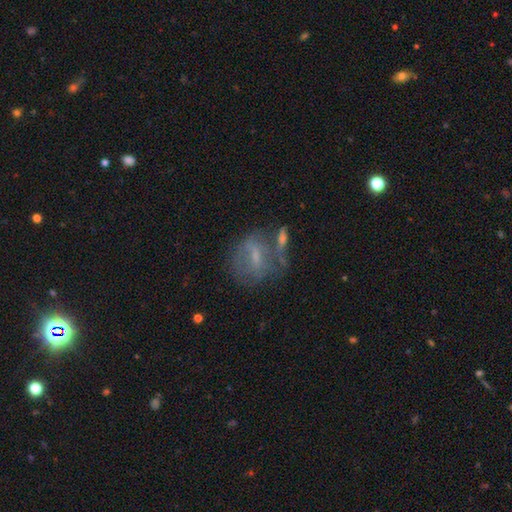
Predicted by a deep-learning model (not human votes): Smooth or featured?
  - featured or disk: 54% *
  - smooth: 33%
  - star or artifact: 13%
Edge-on disk?
  - no: 90% *
  - yes: 10%
Merging?
  - none: 44% *
  - merger: 22%
  - minor disturbance: 18%
  - major disturbance: 15%